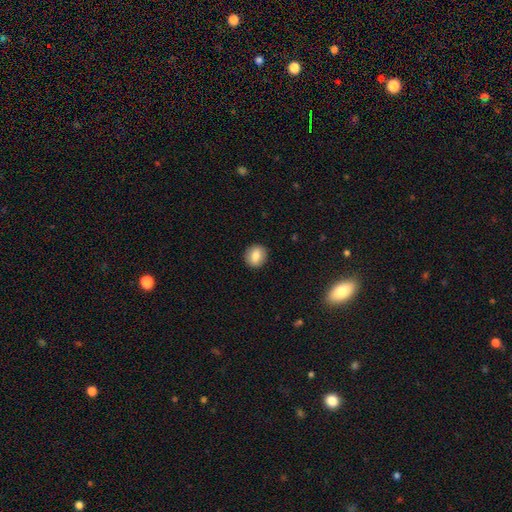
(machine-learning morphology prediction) Smooth or featured?
  - smooth: 79% *
  - featured or disk: 12%
  - star or artifact: 8%
How rounded?
  - round: 76% *
  - in between: 23%
  - cigar-shaped: 1%
Merging?
  - none: 90% *
  - minor disturbance: 7%
  - major disturbance: 2%
  - merger: 1%